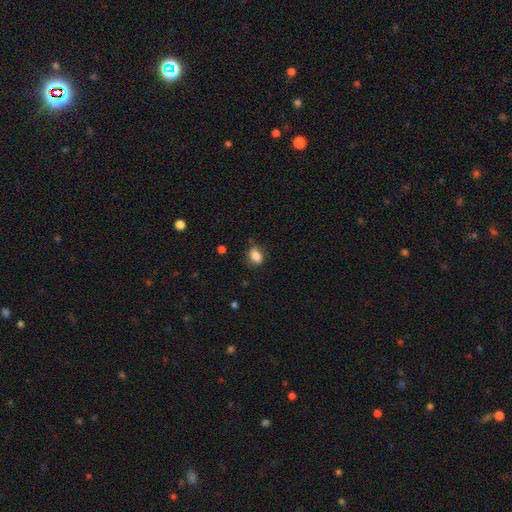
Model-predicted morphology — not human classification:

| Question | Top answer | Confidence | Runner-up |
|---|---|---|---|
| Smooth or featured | smooth | 84% | star or artifact (9%) |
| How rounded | in between | 78% | round (19%) |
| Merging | none | 66% | minor disturbance (26%) |